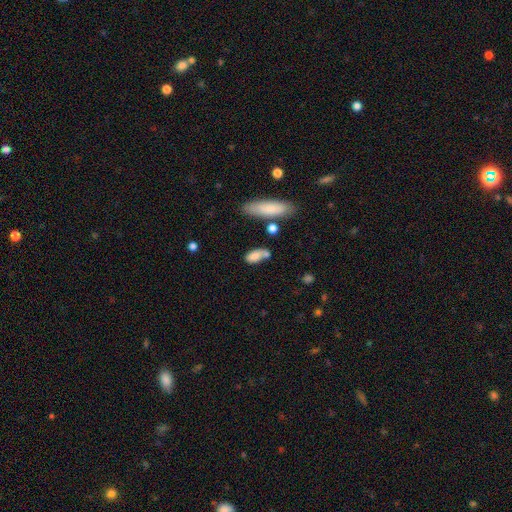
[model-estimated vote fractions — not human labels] Smooth or featured: smooth — 78% (featured or disk — 13%)
How rounded: in between — 80% (cigar-shaped — 14%)
Merging: none — 44% (minor disturbance — 23%)